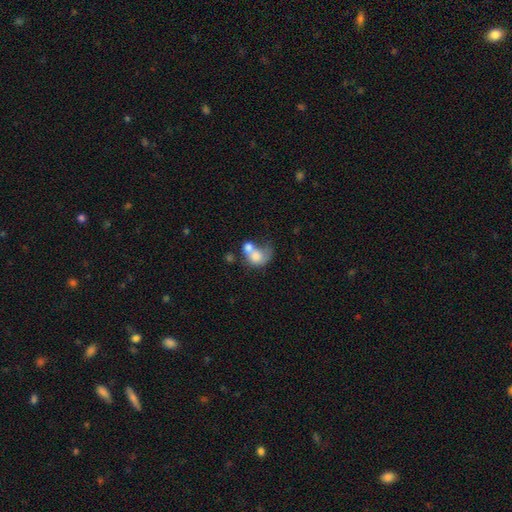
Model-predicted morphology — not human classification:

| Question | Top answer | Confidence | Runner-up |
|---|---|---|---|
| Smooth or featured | smooth | 67% | featured or disk (25%) |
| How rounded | in between | 52% | round (47%) |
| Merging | merger | 64% | major disturbance (15%) |